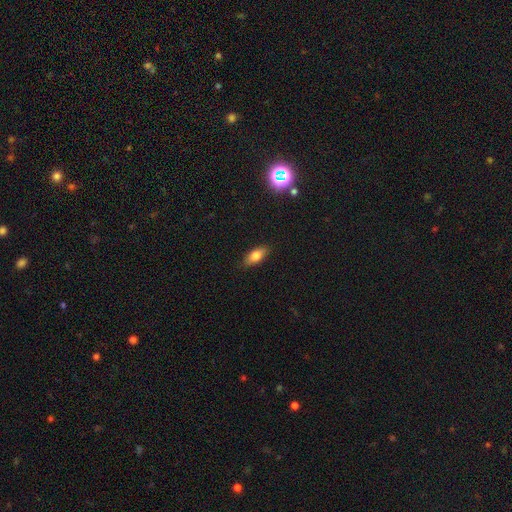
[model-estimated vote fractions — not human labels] smooth_or_featured: smooth (p=0.75) [alt: featured or disk p=0.16]
how_rounded: in between (p=0.81) [alt: cigar-shaped p=0.14]
merging: none (p=0.87) [alt: minor disturbance p=0.10]